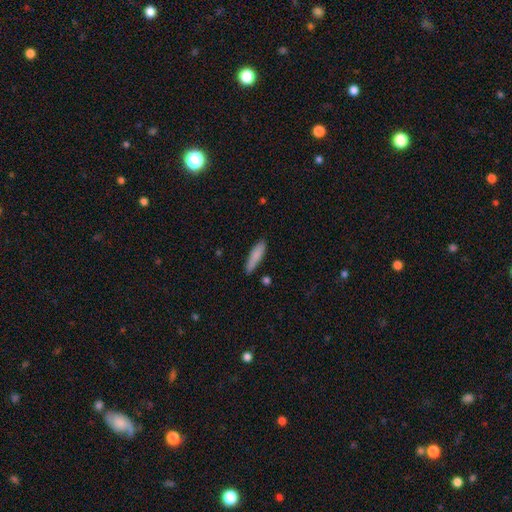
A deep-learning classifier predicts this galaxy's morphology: type=smooth (83%); roundness=cigar-shaped (75%); merging=none (80%).